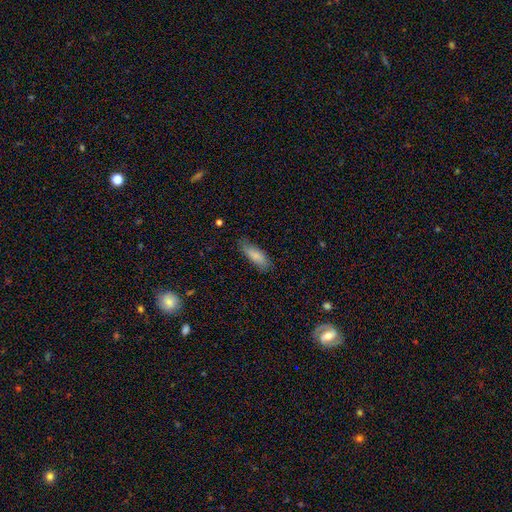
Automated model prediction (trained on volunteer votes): Q: Smooth or featured?
A: smooth (81%); runner-up: featured or disk (13%)
Q: How rounded?
A: in between (66%); runner-up: cigar-shaped (33%)
Q: Merging?
A: none (76%); runner-up: minor disturbance (19%)